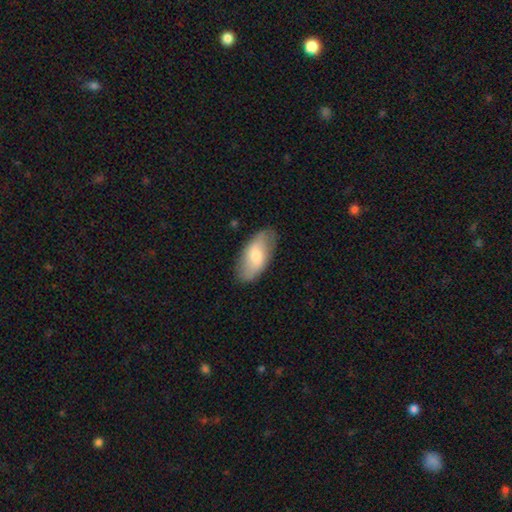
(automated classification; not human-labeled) Q: Smooth or featured?
A: smooth (64%); runner-up: featured or disk (30%)
Q: How rounded?
A: in between (91%); runner-up: cigar-shaped (6%)
Q: Merging?
A: none (81%); runner-up: minor disturbance (14%)